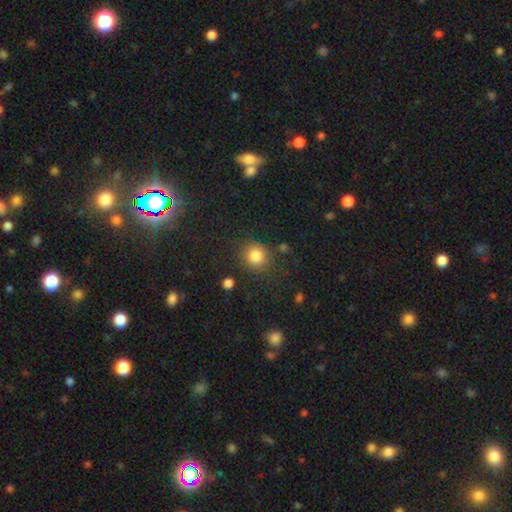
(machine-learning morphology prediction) Smooth or featured? smooth (83%)
How rounded? round (87%)
Merging? none (80%)